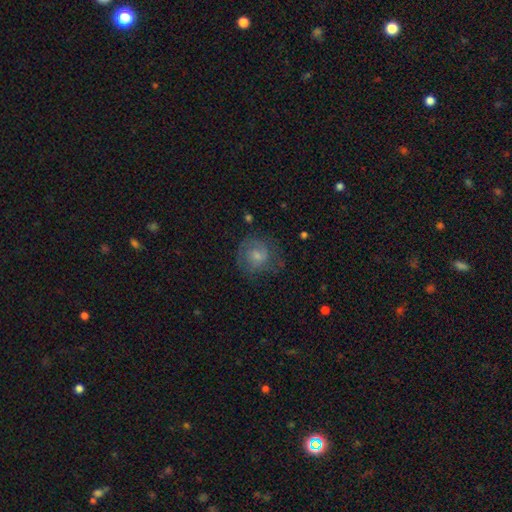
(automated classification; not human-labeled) The model was most divided on "bulge size": small: 43%, moderate: 42%, none: 7%, large: 5%, dominant: 1%. More confident: edge-on disk — no (97%); spiral arms — yes (85%); merging — none (74%); bar — no (64%); smooth or featured — featured or disk (56%).